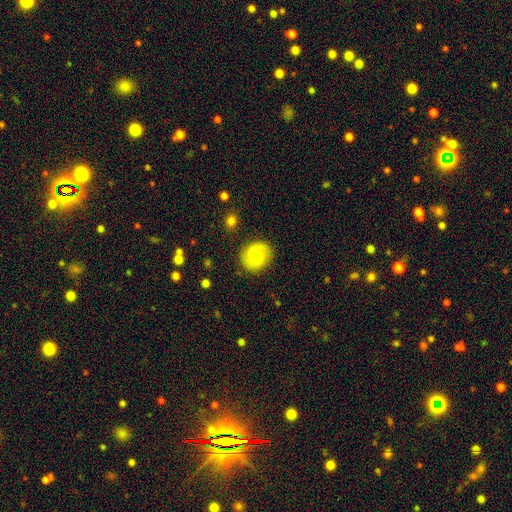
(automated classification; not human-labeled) Overall: featured or disk (48%; smooth 45%). Merging: none (83%).